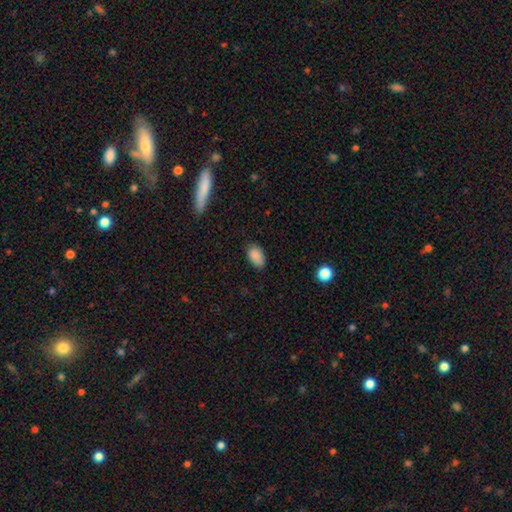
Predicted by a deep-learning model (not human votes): A smooth galaxy with no disk features (88%) that is in between round and cigar-shaped (90%).

Vote fractions:
- Smooth or featured? smooth: 88% / star or artifact: 8% / featured or disk: 4%
- How rounded? in between: 90% / round: 9% / cigar-shaped: 1%
- Merging? none: 79% / minor disturbance: 16% / major disturbance: 3% / merger: 1%